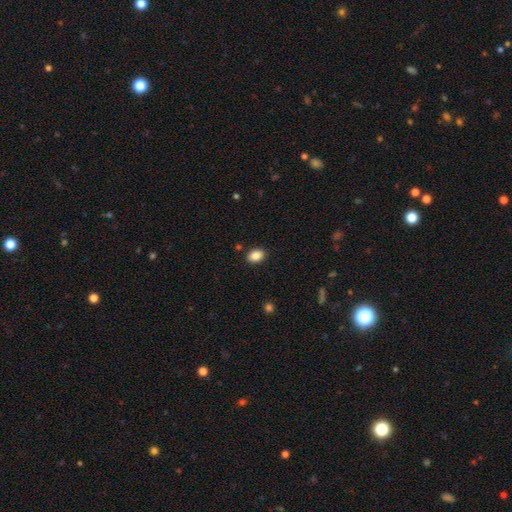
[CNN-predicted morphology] Smooth or featured?
  - smooth: 87% *
  - star or artifact: 8%
  - featured or disk: 4%
How rounded?
  - in between: 81% *
  - round: 18%
  - cigar-shaped: 1%
Merging?
  - none: 88% *
  - minor disturbance: 8%
  - major disturbance: 2%
  - merger: 2%